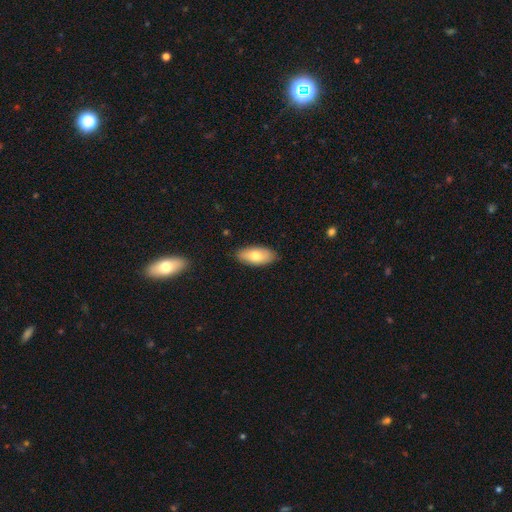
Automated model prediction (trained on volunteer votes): Q: Smooth or featured?
A: smooth (73%); runner-up: featured or disk (20%)
Q: How rounded?
A: in between (89%); runner-up: cigar-shaped (9%)
Q: Merging?
A: none (86%); runner-up: minor disturbance (11%)